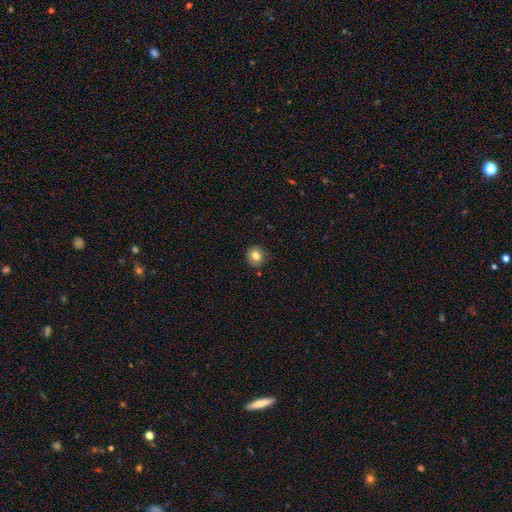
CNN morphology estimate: Q: Smooth or featured?
A: smooth (80%); runner-up: star or artifact (10%)
Q: How rounded?
A: round (86%); runner-up: in between (13%)
Q: Merging?
A: none (88%); runner-up: minor disturbance (8%)